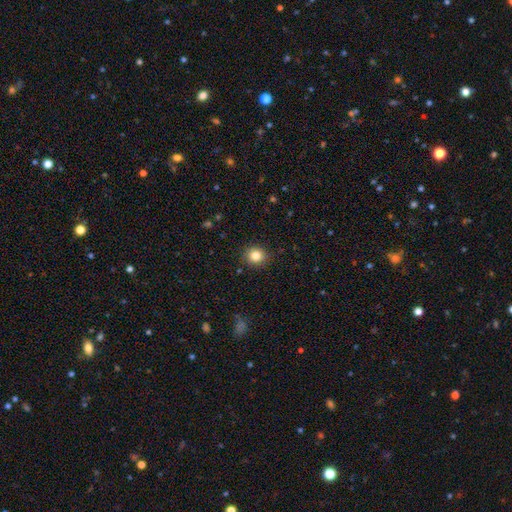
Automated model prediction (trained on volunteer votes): Morphology: type=smooth (83%); roundness=round (84%); merging=none (89%).